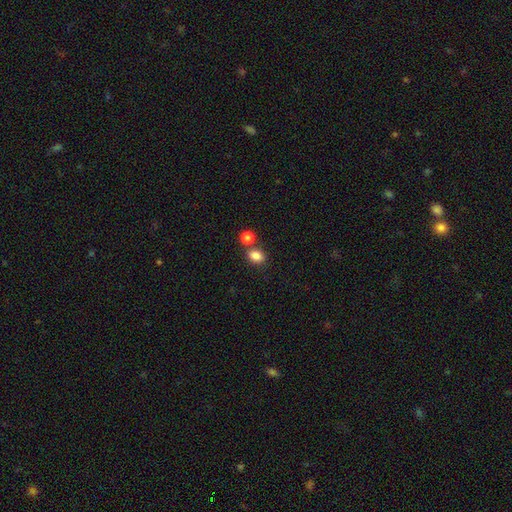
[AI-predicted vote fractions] Overall: smooth (84%). How rounded: in between (66%; round 32%). Merging: none (61%; merger 24%).